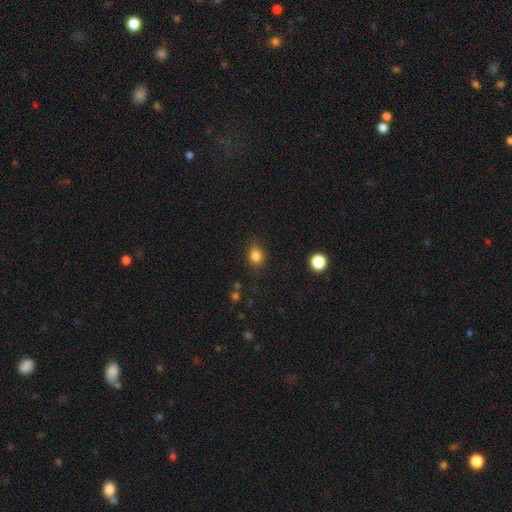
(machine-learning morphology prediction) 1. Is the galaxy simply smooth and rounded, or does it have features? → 83% smooth, 11% star or artifact, 6% featured or disk.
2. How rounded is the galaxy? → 57% round, 42% in between, 1% cigar-shaped.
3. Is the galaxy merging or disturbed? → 80% none, 15% minor disturbance, 4% major disturbance, 2% merger.